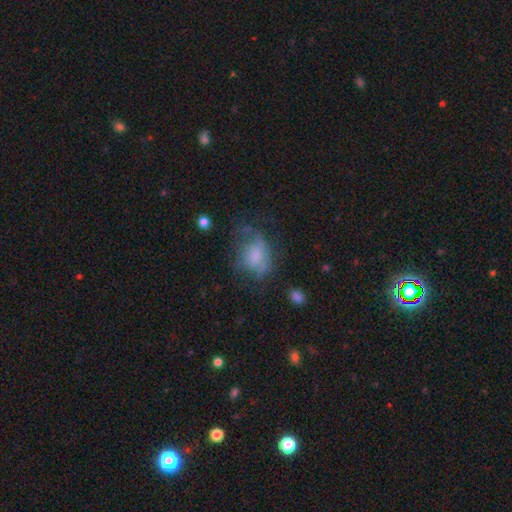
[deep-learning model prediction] A smooth galaxy with no disk features (54%) that is in between round and cigar-shaped (67%). Merging: none (37%).